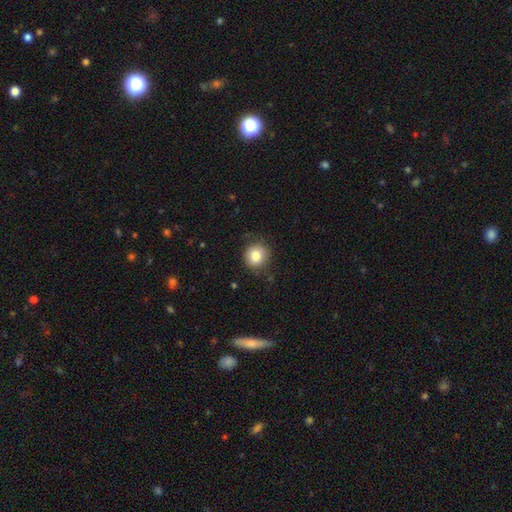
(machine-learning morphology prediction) Q: Smooth or featured?
A: smooth (85%); runner-up: star or artifact (9%)
Q: How rounded?
A: round (88%); runner-up: in between (11%)
Q: Merging?
A: none (78%); runner-up: minor disturbance (16%)